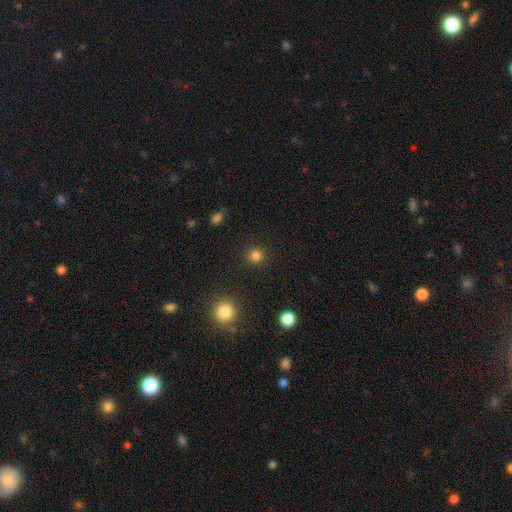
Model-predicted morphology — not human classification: The model was most divided on "smooth or featured": smooth: 83%, star or artifact: 13%, featured or disk: 4%. More confident: how rounded — round (93%); merging — none (91%).